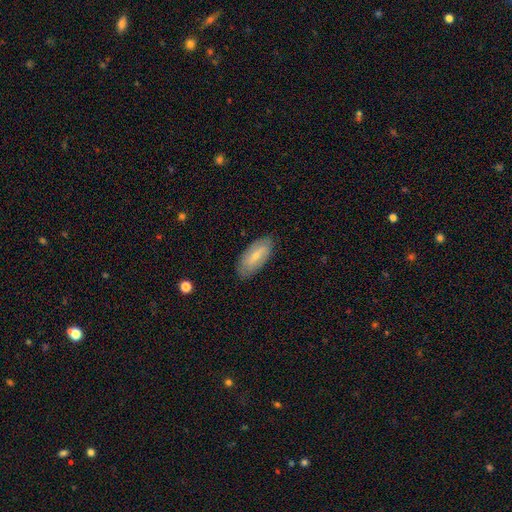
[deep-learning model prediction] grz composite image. It shows a smooth galaxy with no disk features (50%). Merging: none (83%).